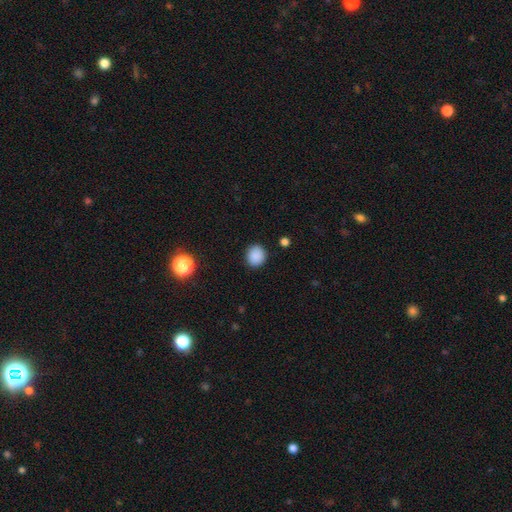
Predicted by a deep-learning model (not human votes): Q: Smooth or featured?
A: smooth (87%); runner-up: star or artifact (10%)
Q: How rounded?
A: round (81%); runner-up: in between (18%)
Q: Merging?
A: none (89%); runner-up: minor disturbance (7%)